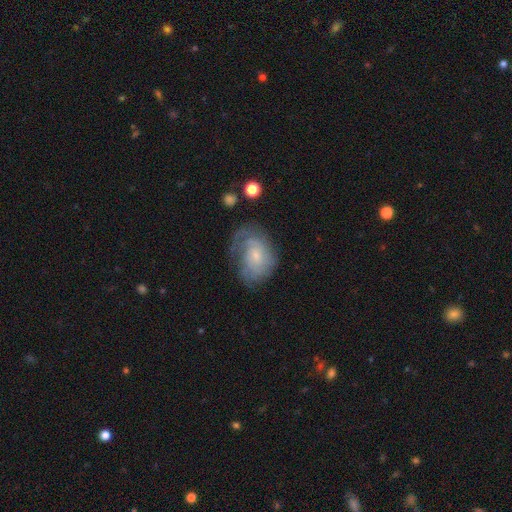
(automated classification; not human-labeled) The model was most divided on "spiral winding": tight: 55%, medium: 32%, loose: 14%. Remaining: edge-on disk — no (97%); spiral arms — yes (87%); smooth or featured — featured or disk (69%); bulge size — small (67%); bar — no (66%); merging — none (55%); spiral arm count — can't tell (49%).